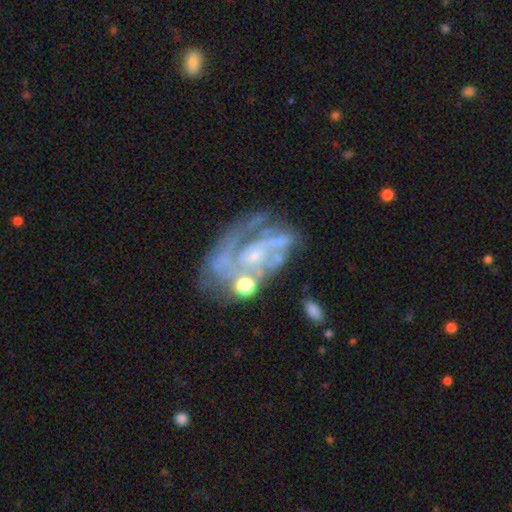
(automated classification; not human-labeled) This appears to be a featured or disk galaxy (84%) with no bar (61%), 2 (37%) tight (45%) spiral arms (87%) and a small central bulge (66%). Merging: none (46%).